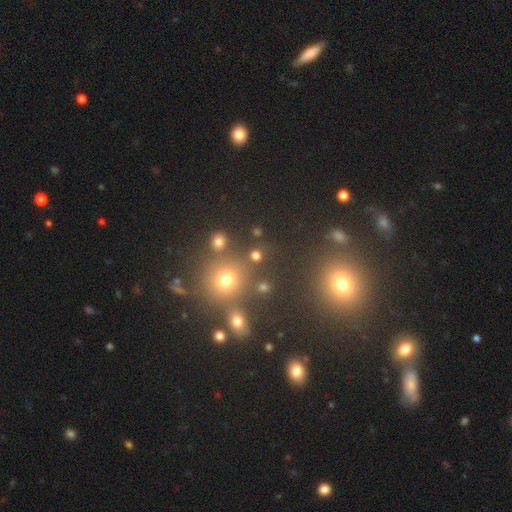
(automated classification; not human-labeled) smooth-or-featured: smooth: 72% | star or artifact: 21% | featured or disk: 6%
  how-rounded: round: 87% | in between: 12% | cigar-shaped: 2%
  merging: none: 77% | merger: 11% | minor disturbance: 8% | major disturbance: 4%